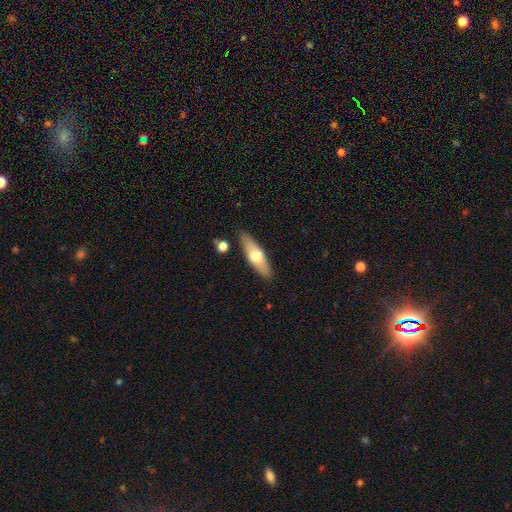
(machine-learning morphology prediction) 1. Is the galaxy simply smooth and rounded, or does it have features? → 55% smooth, 39% featured or disk, 5% star or artifact.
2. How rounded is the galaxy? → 54% cigar-shaped, 44% in between, 2% round.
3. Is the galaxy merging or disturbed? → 86% none, 9% minor disturbance, 3% merger, 2% major disturbance.